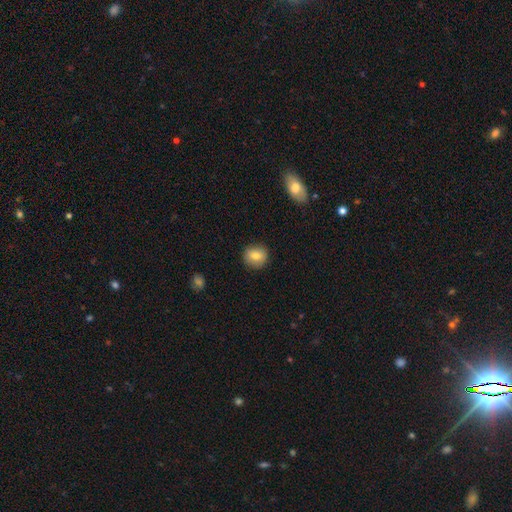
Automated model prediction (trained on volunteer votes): Q: Smooth or featured?
A: smooth (81%); runner-up: featured or disk (10%)
Q: How rounded?
A: round (85%); runner-up: in between (14%)
Q: Merging?
A: none (88%); runner-up: minor disturbance (8%)